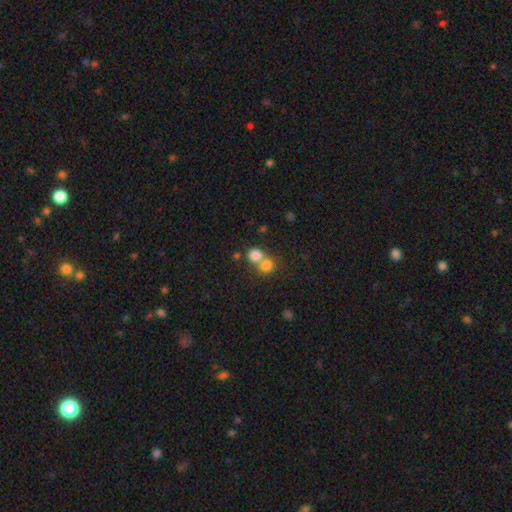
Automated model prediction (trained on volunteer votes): Smooth or featured? Predicted: smooth (p=0.80). How rounded? Predicted: round (p=0.76). Merging? Predicted: merger (p=0.51).